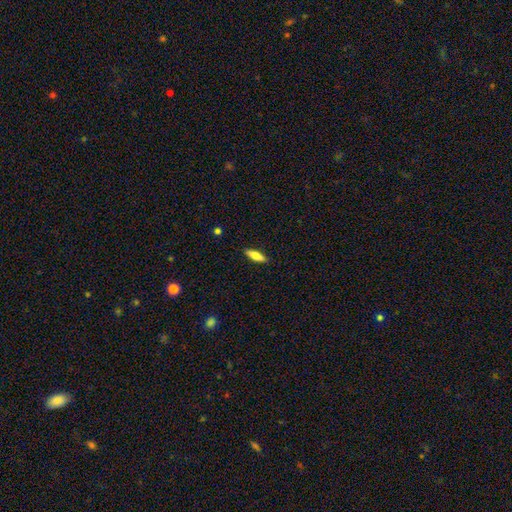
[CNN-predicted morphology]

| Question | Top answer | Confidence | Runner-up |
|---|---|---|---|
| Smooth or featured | smooth | 71% | featured or disk (23%) |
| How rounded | cigar-shaped | 62% | in between (36%) |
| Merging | none | 89% | minor disturbance (8%) |